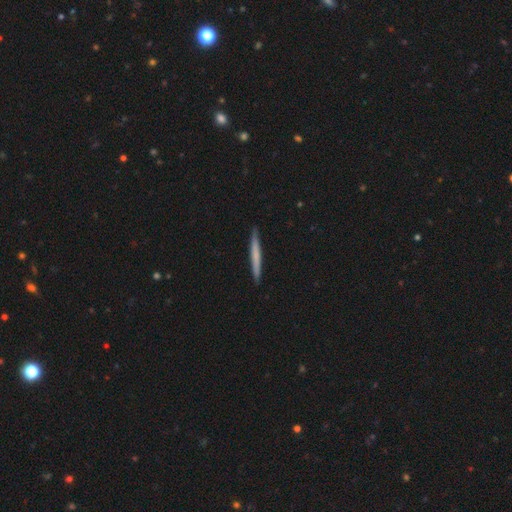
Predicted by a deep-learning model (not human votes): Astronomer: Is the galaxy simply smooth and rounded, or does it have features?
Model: smooth — 56% (runner-up: featured or disk, 38%).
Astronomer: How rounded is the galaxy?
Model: cigar-shaped — 97%.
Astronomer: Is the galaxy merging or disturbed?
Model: none — 91%.